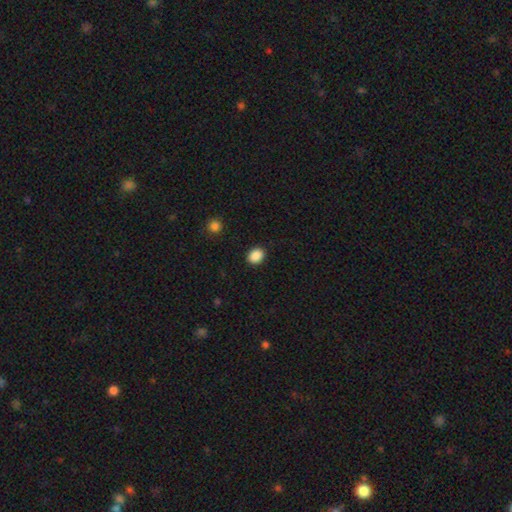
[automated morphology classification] Smooth or featured: smooth — 88% (star or artifact — 9%)
How rounded: in between — 51% (round — 48%)
Merging: none — 90% (minor disturbance — 7%)